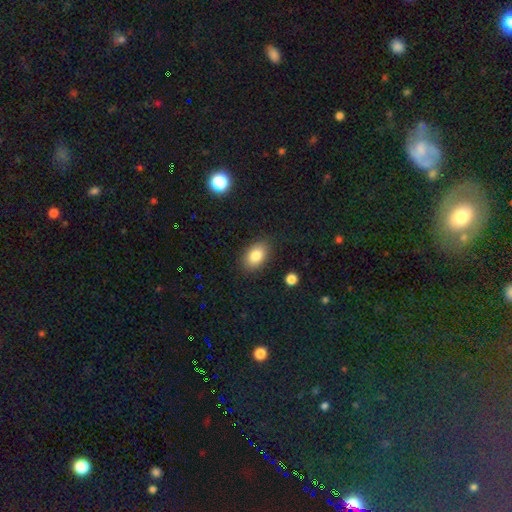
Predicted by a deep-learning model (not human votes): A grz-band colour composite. It shows a smooth galaxy with no disk features (83%) that is in between round and cigar-shaped (85%). Merging: none (85%).